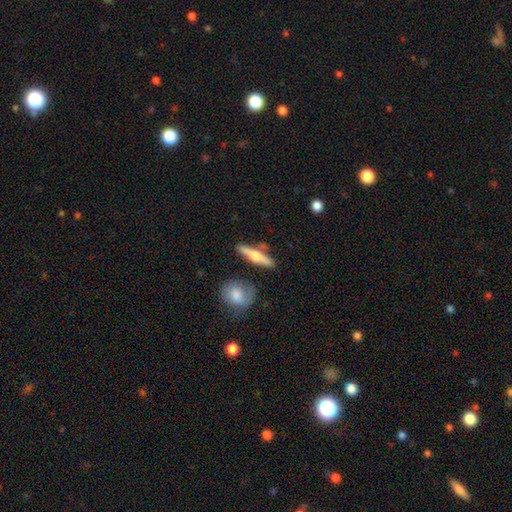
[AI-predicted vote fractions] The model was most divided on "smooth or featured": featured or disk: 48%, smooth: 46%, star or artifact: 5%. More confident: merging — none (80%).